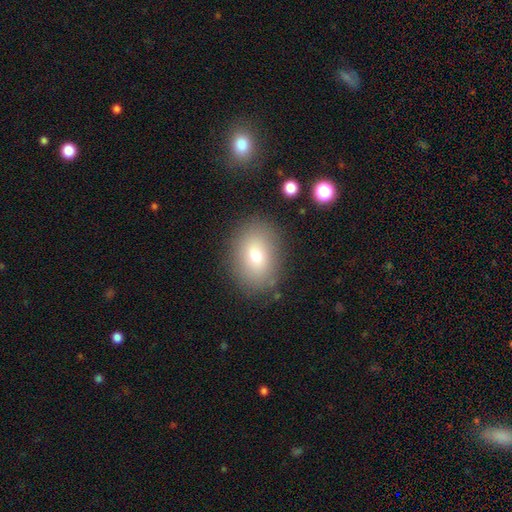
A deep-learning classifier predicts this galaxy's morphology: A smooth galaxy with no disk features (76%) that is in between round and cigar-shaped (76%).

Vote fractions:
- Smooth or featured? smooth: 76% / featured or disk: 14% / star or artifact: 10%
- How rounded? in between: 76% / round: 23% / cigar-shaped: 1%
- Merging? none: 83% / minor disturbance: 11% / major disturbance: 4% / merger: 2%